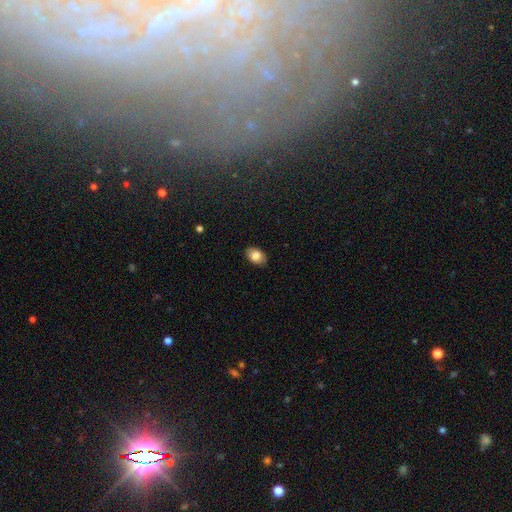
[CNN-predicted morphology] The model was most divided on "how rounded": in between: 84%, round: 15%, cigar-shaped: 1%. More confident: merging — none (87%); smooth or featured — smooth (83%).